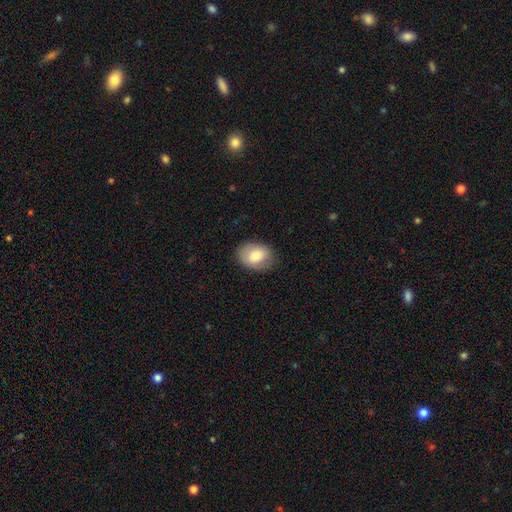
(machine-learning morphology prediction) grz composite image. It shows a smooth galaxy with no disk features (76%) that is in between round and cigar-shaped (70%). Merging: none (83%).